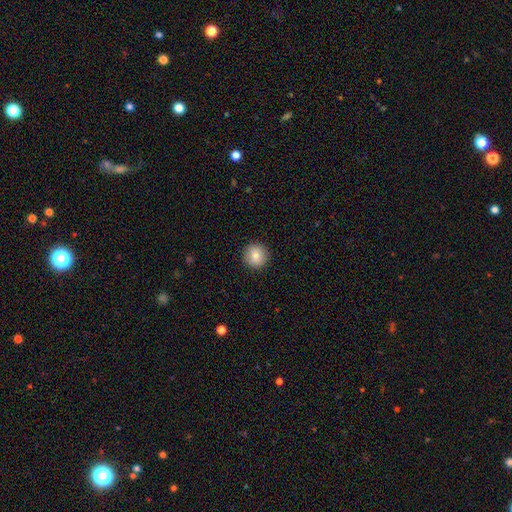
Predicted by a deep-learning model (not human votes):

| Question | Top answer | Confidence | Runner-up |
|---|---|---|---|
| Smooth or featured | smooth | 83% | star or artifact (9%) |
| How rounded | round | 95% | in between (4%) |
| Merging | none | 92% | minor disturbance (5%) |